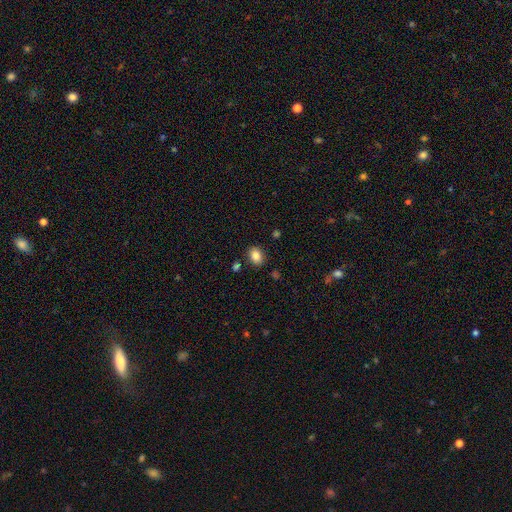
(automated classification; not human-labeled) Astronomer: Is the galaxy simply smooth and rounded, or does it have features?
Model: smooth — 85%.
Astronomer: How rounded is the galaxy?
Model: in between — 62% (runner-up: round, 37%).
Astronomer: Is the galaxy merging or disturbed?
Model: none — 85%.